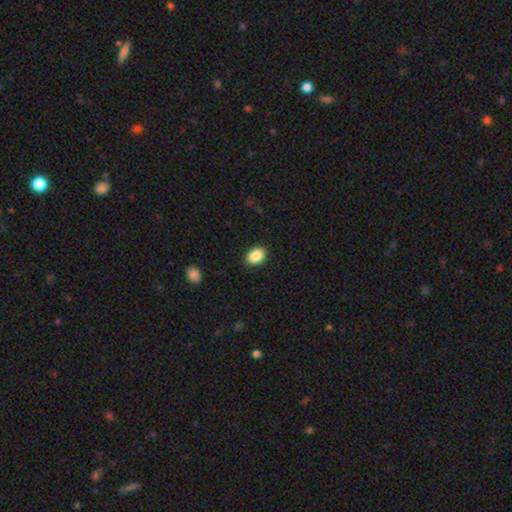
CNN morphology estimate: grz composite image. It shows a smooth galaxy with no disk features (89%) that is in between round and cigar-shaped (79%). Merging: none (88%).